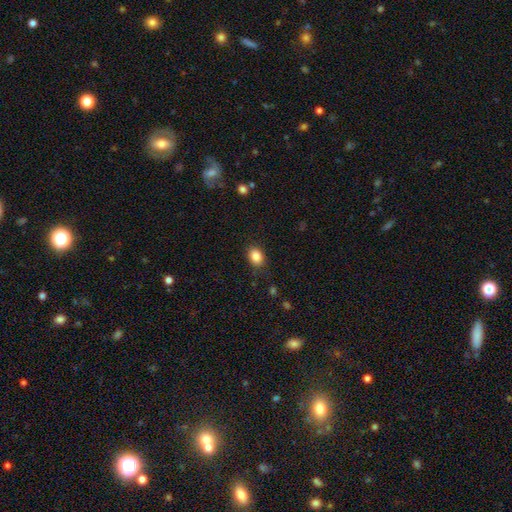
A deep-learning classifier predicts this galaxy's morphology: This is clearly a smooth galaxy (86%). How rounded: likely in between (72%). Merging: clearly none (85%).